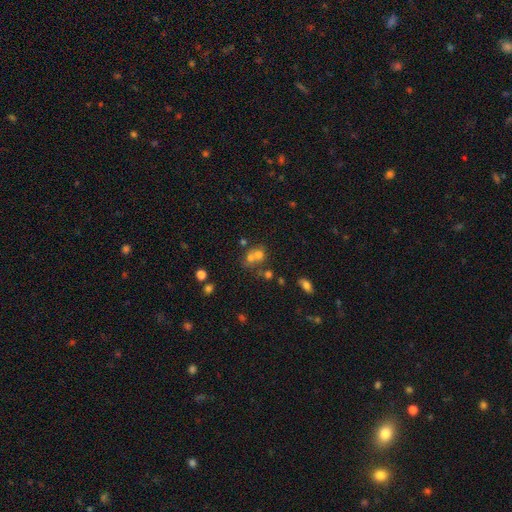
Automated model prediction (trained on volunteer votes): This is likely a smooth galaxy (62%). How rounded: likely round (73%). Merging: possibly merger (54%).